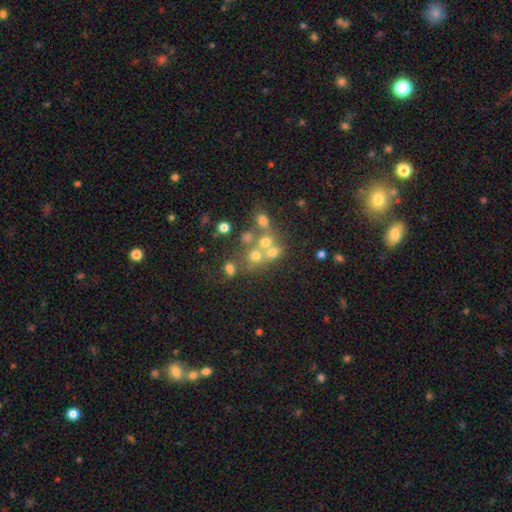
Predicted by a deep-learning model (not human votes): Morphology: type=smooth (52%); roundness=round (73%); merging=merger (41%, tied with none).